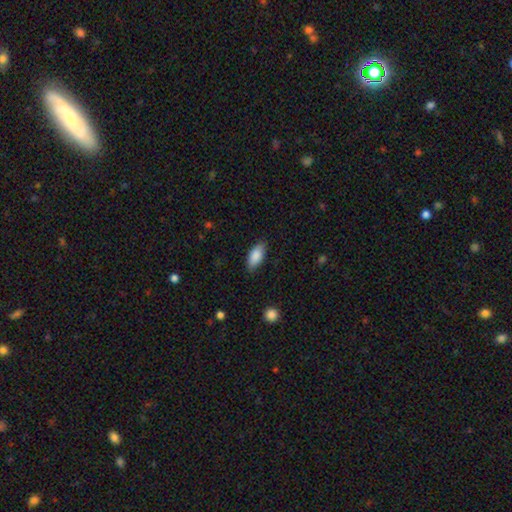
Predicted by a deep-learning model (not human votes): This appears to be a smooth galaxy with no disk features (87%) that is in between round and cigar-shaped (89%). Merging: none (83%).